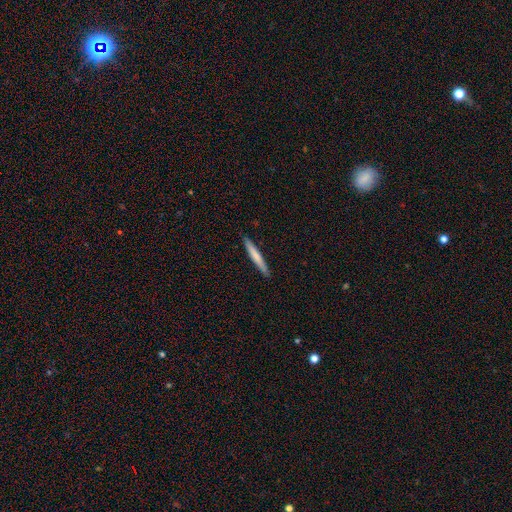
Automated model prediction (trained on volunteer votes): Smooth or featured?
  - smooth: 70% *
  - featured or disk: 25%
  - star or artifact: 5%
How rounded?
  - cigar-shaped: 96% *
  - in between: 3%
  - round: 1%
Merging?
  - none: 91% *
  - minor disturbance: 7%
  - major disturbance: 1%
  - merger: 1%